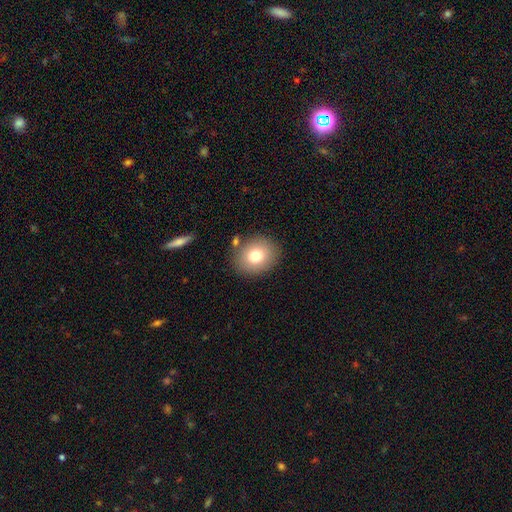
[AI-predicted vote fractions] smooth_or_featured: smooth (p=0.76) [alt: featured or disk p=0.13]
how_rounded: round (p=0.60) [alt: in between p=0.39]
merging: none (p=0.83) [alt: minor disturbance p=0.10]